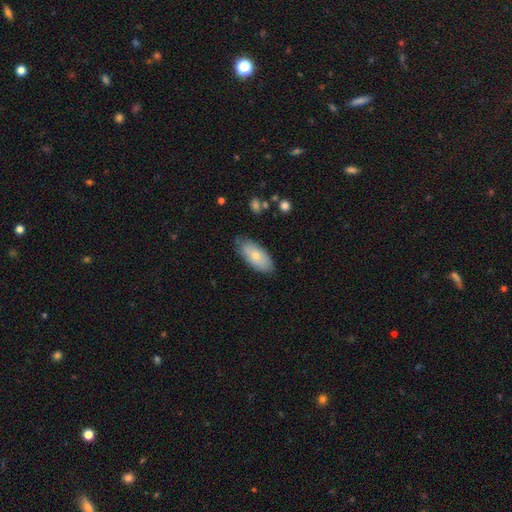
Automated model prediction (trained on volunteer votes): Smooth or featured? smooth (66%)
How rounded? in between (89%)
Merging? none (76%)